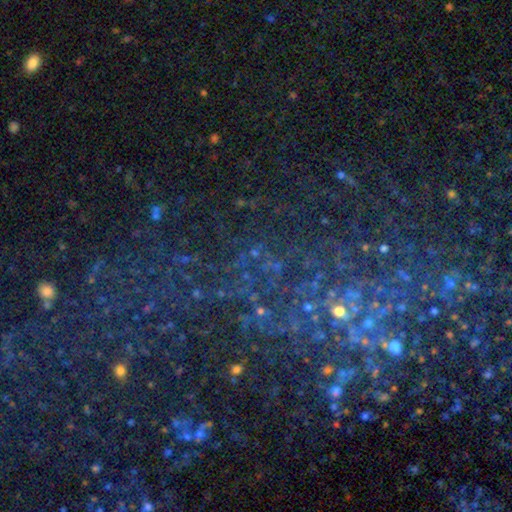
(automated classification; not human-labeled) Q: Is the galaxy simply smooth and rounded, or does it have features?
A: star or artifact — 72%.